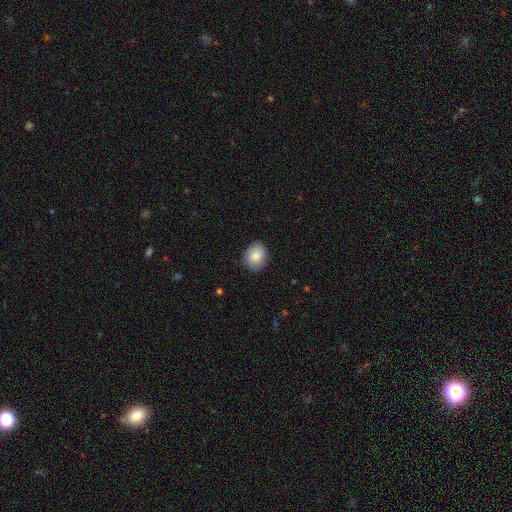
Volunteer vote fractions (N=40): A smooth galaxy with no disk features (78%) that is in between round and cigar-shaped (65%).

Vote fractions:
- Smooth or featured? smooth: 78% / featured or disk: 12% / star or artifact: 10%
- How rounded? in between: 65% / round: 35% / cigar-shaped: 0%
- Merging? none: 75% / minor disturbance: 22% / major disturbance: 3% / merger: 0%